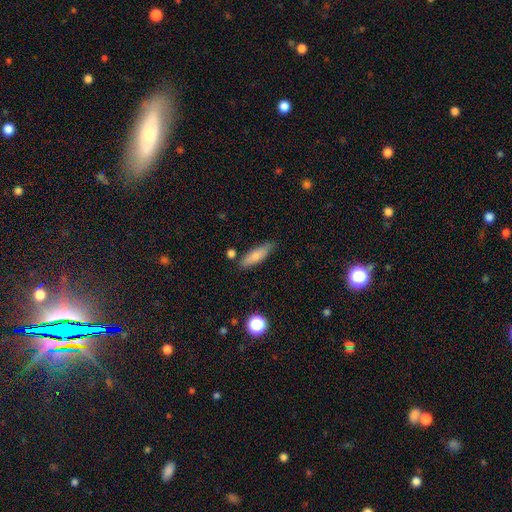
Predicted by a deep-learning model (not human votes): smooth 77%, featured or disk 16%, star or artifact 7%. Down the decision tree: how rounded — cigar-shaped (57%); merging — none (71%).